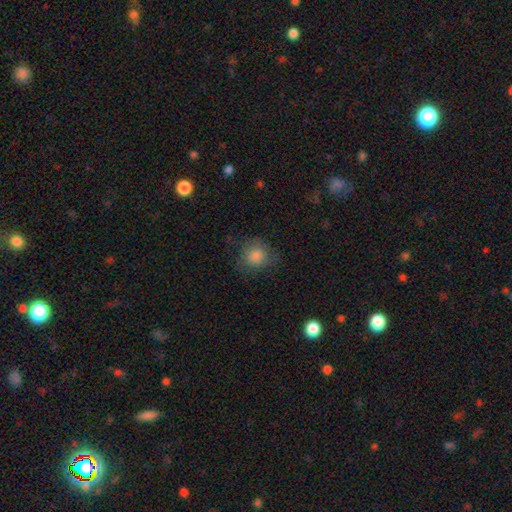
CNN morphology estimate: smooth_or_featured: smooth (p=0.79) [alt: star or artifact p=0.11]
how_rounded: round (p=0.82) [alt: in between p=0.17]
merging: none (p=0.73) [alt: minor disturbance p=0.18]